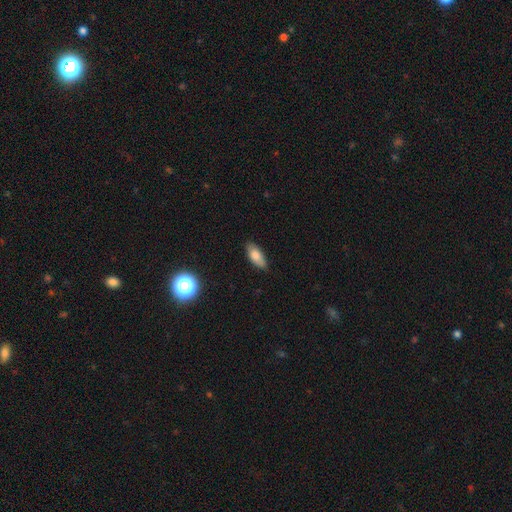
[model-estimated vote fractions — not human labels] This appears to be a smooth galaxy with no disk features (81%) that is in between round and cigar-shaped (84%). Merging: none (82%).